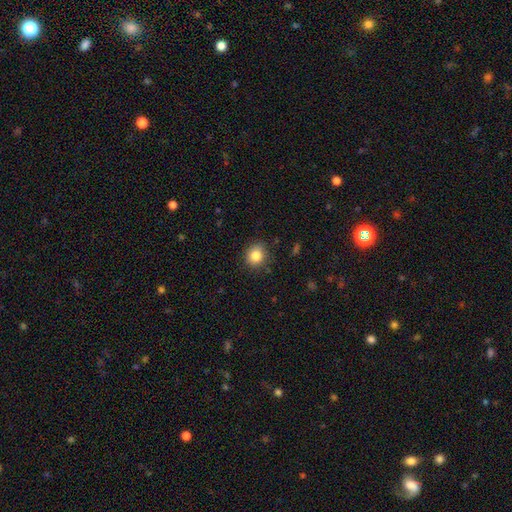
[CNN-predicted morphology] type=smooth (83%); roundness=round (82%); merging=none (86%).